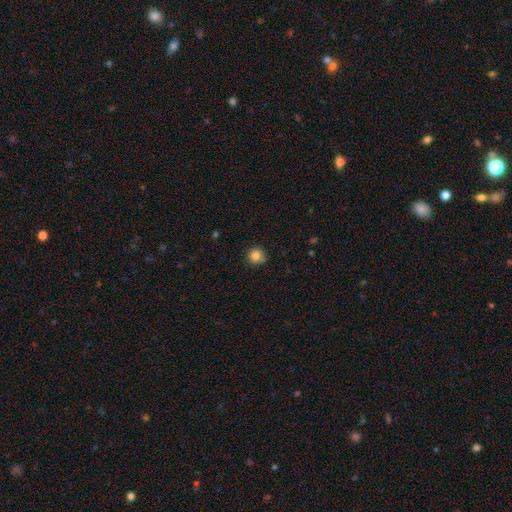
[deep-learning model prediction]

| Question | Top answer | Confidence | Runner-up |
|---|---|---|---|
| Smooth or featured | smooth | 84% | star or artifact (10%) |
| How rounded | round | 93% | in between (6%) |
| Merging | none | 86% | minor disturbance (11%) |